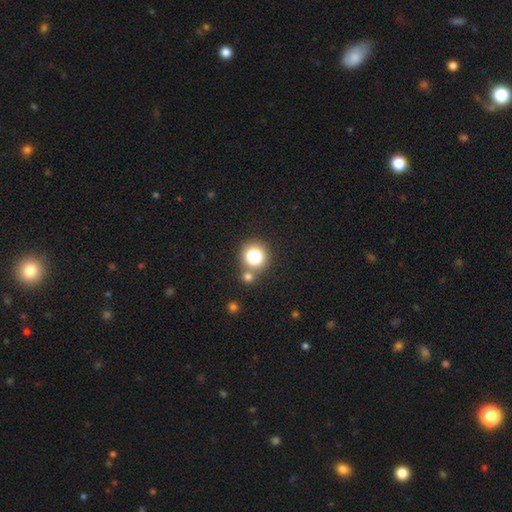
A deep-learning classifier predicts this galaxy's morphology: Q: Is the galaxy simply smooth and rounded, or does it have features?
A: smooth — 63%.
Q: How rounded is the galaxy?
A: round — 93%.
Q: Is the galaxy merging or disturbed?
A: none — 82%.